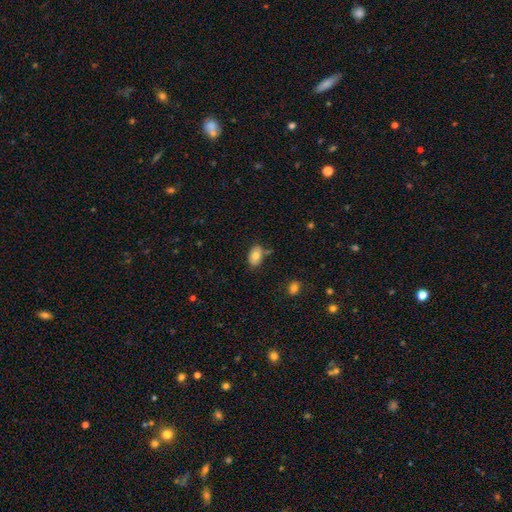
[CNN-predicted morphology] The model was most divided on "merging": none: 73%, minor disturbance: 17%, merger: 7%, major disturbance: 3%. More confident: how rounded — in between (88%); smooth or featured — smooth (79%).